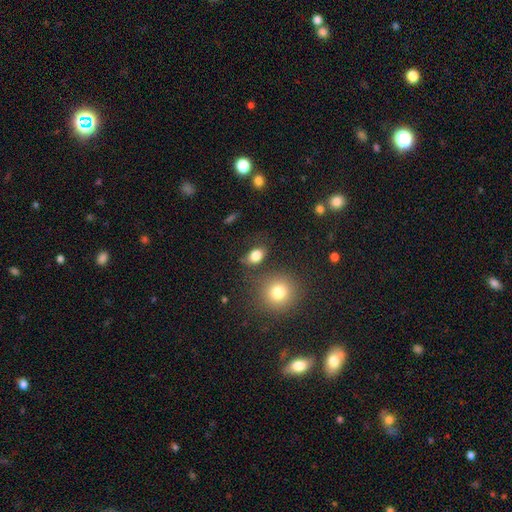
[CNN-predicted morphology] The model was most divided on "merging": none: 72%, minor disturbance: 16%, merger: 6%, major disturbance: 6%. More confident: smooth or featured — smooth (82%); how rounded — in between (77%).